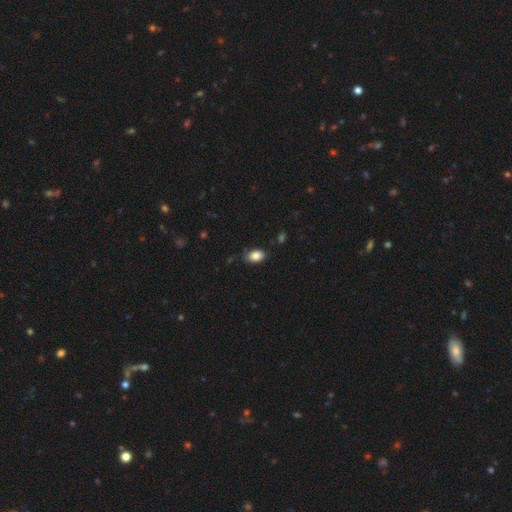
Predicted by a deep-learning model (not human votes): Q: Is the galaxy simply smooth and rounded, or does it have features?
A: smooth — 86%.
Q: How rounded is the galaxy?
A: in between — 88%.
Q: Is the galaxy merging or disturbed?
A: none — 81%.